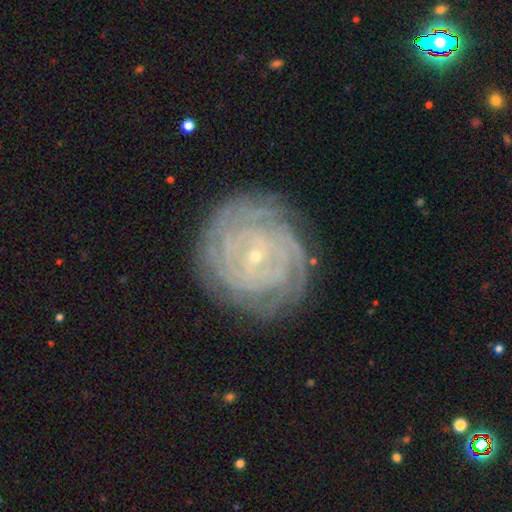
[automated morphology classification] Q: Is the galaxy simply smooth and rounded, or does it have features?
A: featured or disk — 86%.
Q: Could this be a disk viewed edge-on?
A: no — 97%.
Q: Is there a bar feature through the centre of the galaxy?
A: no — 60%.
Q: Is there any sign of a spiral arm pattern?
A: yes — 96%.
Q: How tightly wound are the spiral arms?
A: tight — 88%.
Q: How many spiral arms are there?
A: can't tell — 34%.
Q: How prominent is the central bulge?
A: small — 88%.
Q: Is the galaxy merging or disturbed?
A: none — 82%.